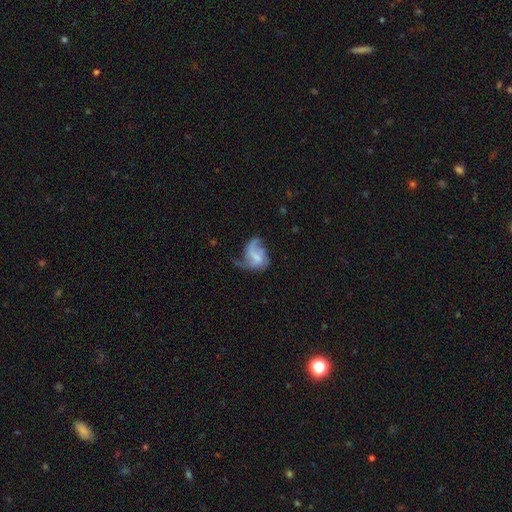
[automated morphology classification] Smooth or featured?
  - featured or disk: 65% *
  - smooth: 26%
  - star or artifact: 8%
Edge-on disk?
  - no: 98% *
  - yes: 2%
Bar?
  - weak: 45% *
  - no: 41%
  - strong: 15%
Spiral arms?
  - yes: 81% *
  - no: 19%
Spiral winding?
  - loose: 53% *
  - medium: 35%
  - tight: 12%
Spiral arm count?
  - 2: 42% *
  - 3: 21%
  - can't tell: 16%
  - 1: 14%
  - 4: 4%
  - more than 4: 3%
Bulge size?
  - none: 46% *
  - small: 28%
  - moderate: 19%
  - large: 5%
  - dominant: 2%
Merging?
  - major disturbance: 41% *
  - none: 30%
  - minor disturbance: 24%
  - merger: 4%